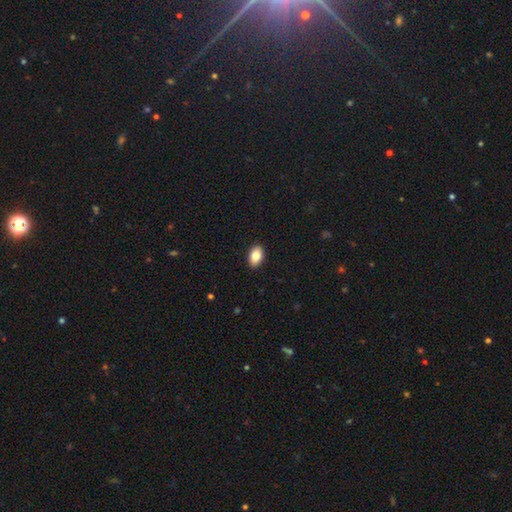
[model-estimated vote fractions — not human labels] smooth_or_featured: smooth (p=0.83) [alt: featured or disk p=0.09]
how_rounded: in between (p=0.91) [alt: round p=0.08]
merging: none (p=0.91) [alt: minor disturbance p=0.07]